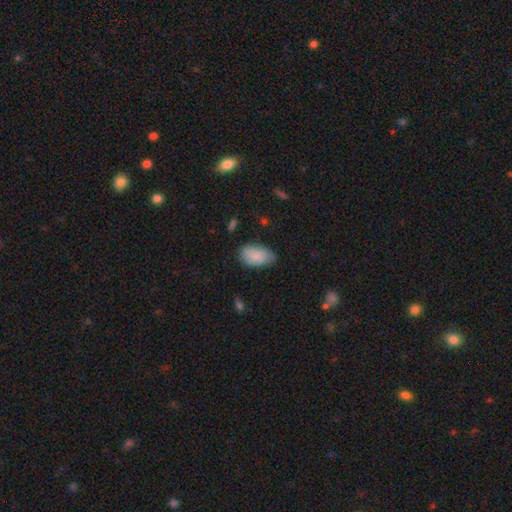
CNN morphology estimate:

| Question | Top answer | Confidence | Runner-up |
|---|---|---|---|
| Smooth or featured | smooth | 87% | featured or disk (7%) |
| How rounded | in between | 93% | round (5%) |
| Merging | none | 67% | minor disturbance (26%) |